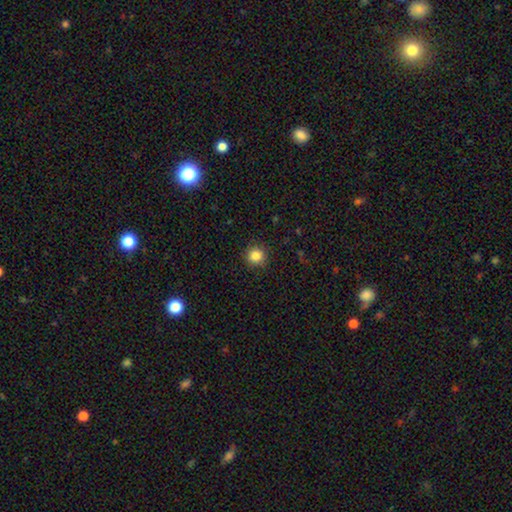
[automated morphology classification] A smooth galaxy with no disk features (85%) that is round (93%).

Vote fractions:
- Smooth or featured? smooth: 85% / star or artifact: 11% / featured or disk: 5%
- How rounded? round: 93% / in between: 6% / cigar-shaped: 1%
- Merging? none: 90% / minor disturbance: 7% / major disturbance: 2% / merger: 1%